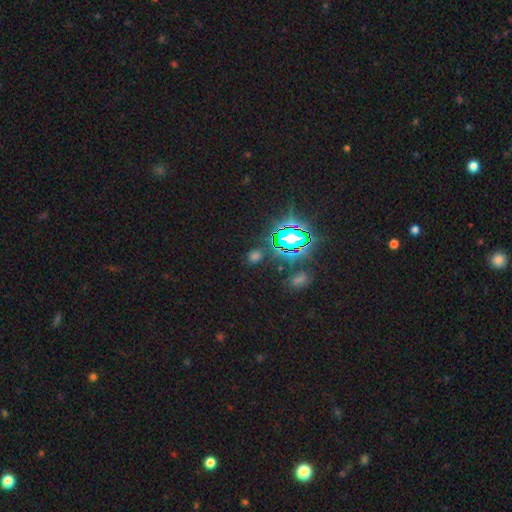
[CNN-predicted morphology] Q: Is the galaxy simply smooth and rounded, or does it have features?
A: star or artifact — 53%.